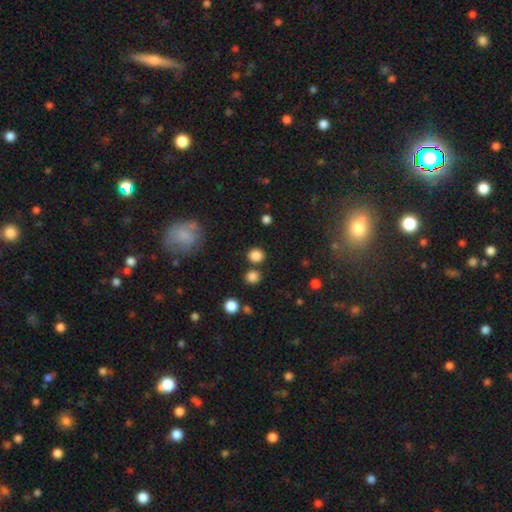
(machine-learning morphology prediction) This is clearly a smooth galaxy (83%). How rounded: clearly round (86%). Merging: clearly none (81%).